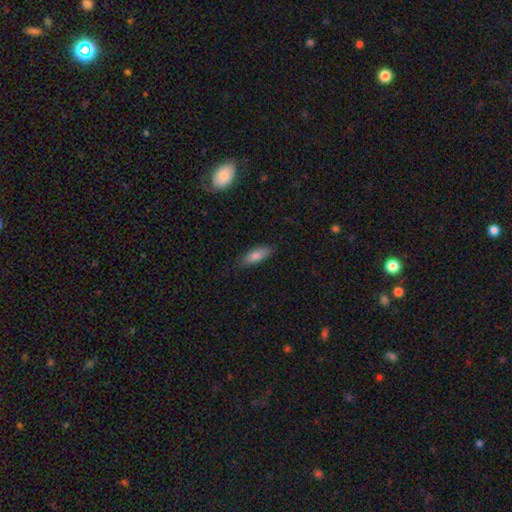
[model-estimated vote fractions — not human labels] The model was most divided on "how rounded": in between: 61%, cigar-shaped: 36%, round: 2%. More confident: merging — none (83%); smooth or featured — smooth (78%).